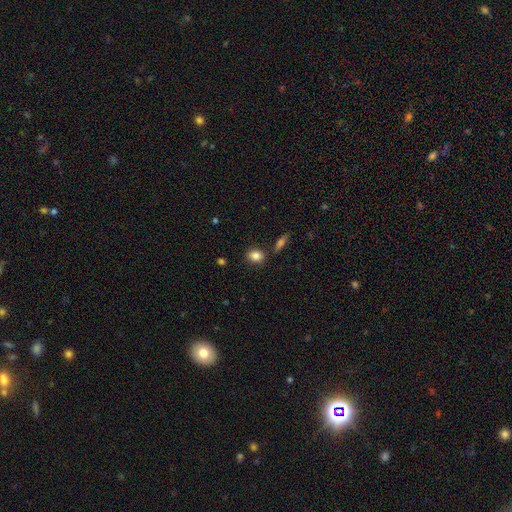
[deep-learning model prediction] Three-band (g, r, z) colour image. It shows a smooth galaxy with no disk features (85%) that is in between round and cigar-shaped (51%). Merging: none (83%).